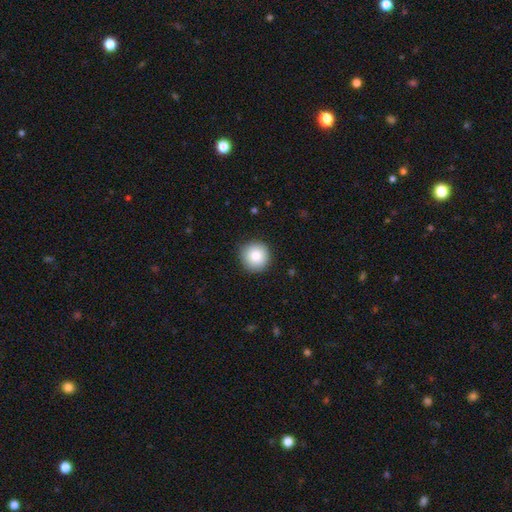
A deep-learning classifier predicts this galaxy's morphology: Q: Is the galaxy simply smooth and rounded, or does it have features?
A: smooth — 85%.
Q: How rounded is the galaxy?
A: round — 95%.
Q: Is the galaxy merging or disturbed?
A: none — 90%.